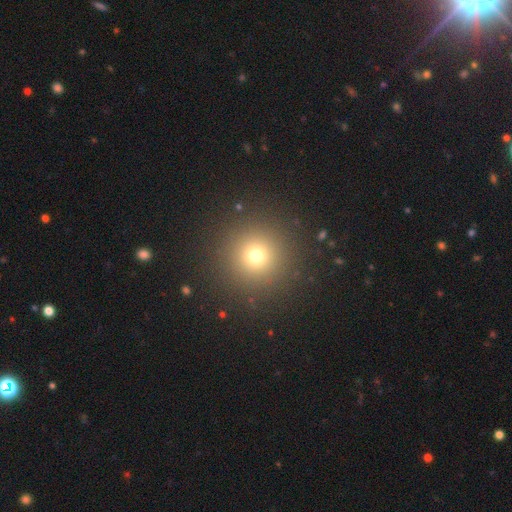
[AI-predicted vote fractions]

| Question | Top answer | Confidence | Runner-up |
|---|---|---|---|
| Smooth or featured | smooth | 71% | star or artifact (20%) |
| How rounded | round | 96% | in between (3%) |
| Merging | none | 90% | minor disturbance (5%) |